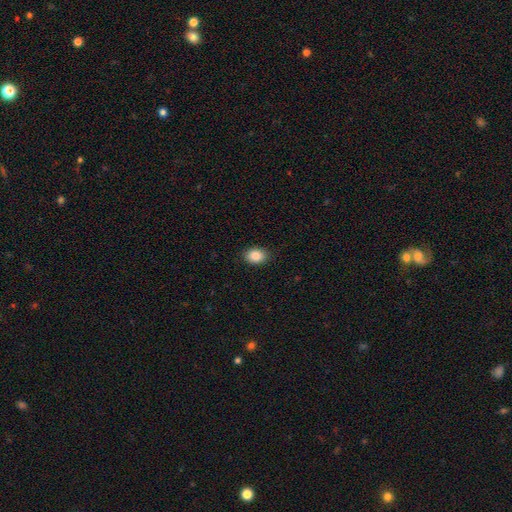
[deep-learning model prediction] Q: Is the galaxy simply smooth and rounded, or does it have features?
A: smooth — 86%.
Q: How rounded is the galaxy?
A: in between — 68%.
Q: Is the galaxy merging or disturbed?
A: none — 89%.